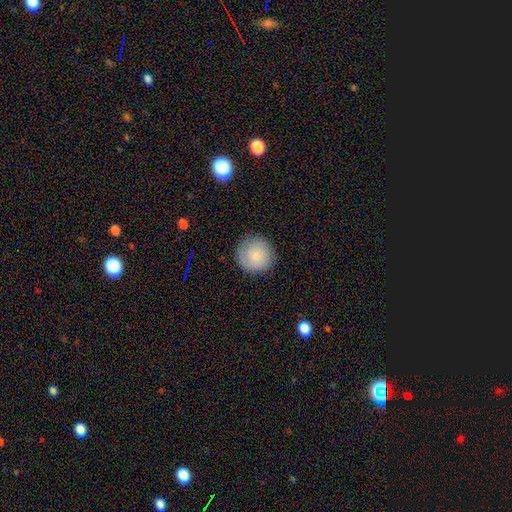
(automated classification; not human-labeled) Smooth or featured? Predicted: smooth (p=0.75). How rounded? Predicted: round (p=0.95). Merging? Predicted: none (p=0.86).